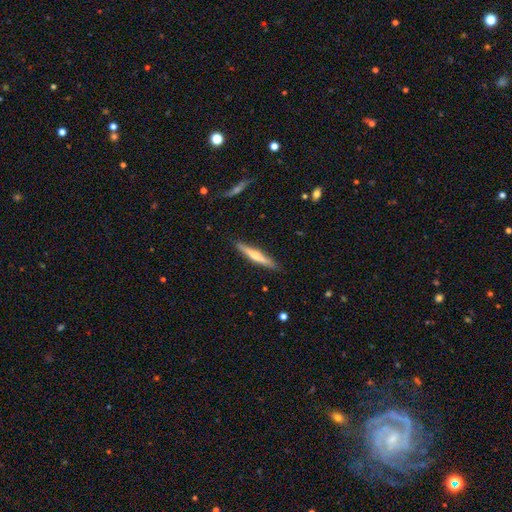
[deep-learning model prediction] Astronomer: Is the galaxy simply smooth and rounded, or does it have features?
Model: smooth — 50% (runner-up: featured or disk, 44%).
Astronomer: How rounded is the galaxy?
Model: cigar-shaped — 93%.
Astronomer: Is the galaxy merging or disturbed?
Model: none — 89%.